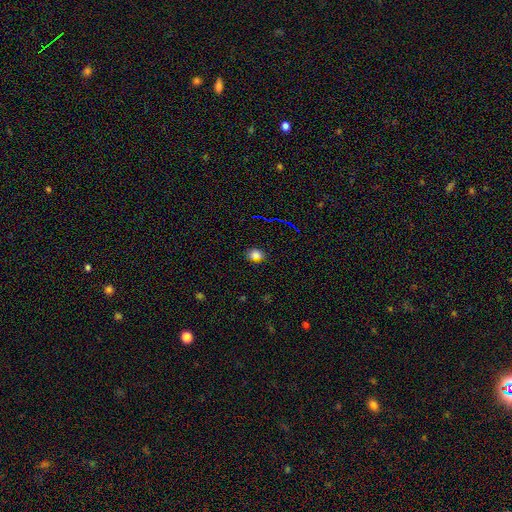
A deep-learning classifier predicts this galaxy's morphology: smooth-or-featured: smooth: 78% | star or artifact: 16% | featured or disk: 6%
  how-rounded: in between: 59% | round: 39% | cigar-shaped: 1%
  merging: none: 85% | minor disturbance: 12% | major disturbance: 3% | merger: 1%